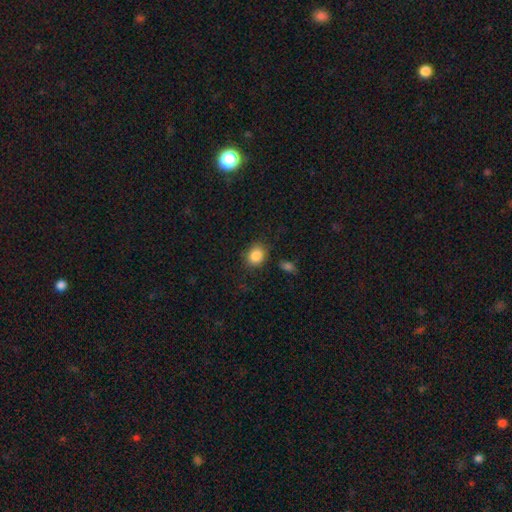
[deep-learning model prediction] Smooth or featured? Predicted: smooth (p=0.86). How rounded? Predicted: round (p=0.60). Merging? Predicted: none (p=0.80).